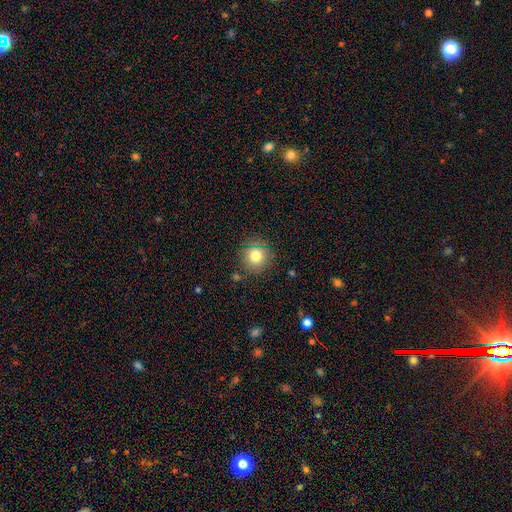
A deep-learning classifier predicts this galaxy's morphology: This appears to be a smooth galaxy with no disk features (79%) that is round (93%). Merging: none (85%).